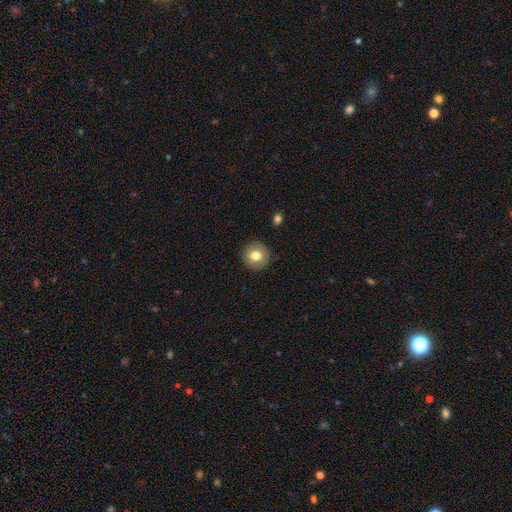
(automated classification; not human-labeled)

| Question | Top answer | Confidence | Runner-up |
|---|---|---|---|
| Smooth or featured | smooth | 79% | featured or disk (12%) |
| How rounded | round | 94% | in between (5%) |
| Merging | none | 91% | minor disturbance (6%) |